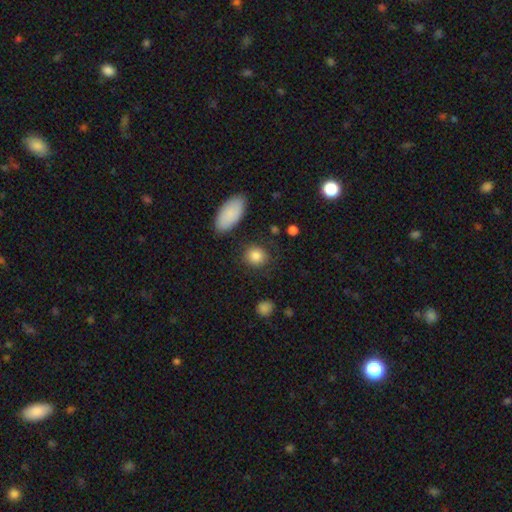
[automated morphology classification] This appears to be a smooth galaxy with no disk features (86%) that is round (76%). Merging: none (84%).